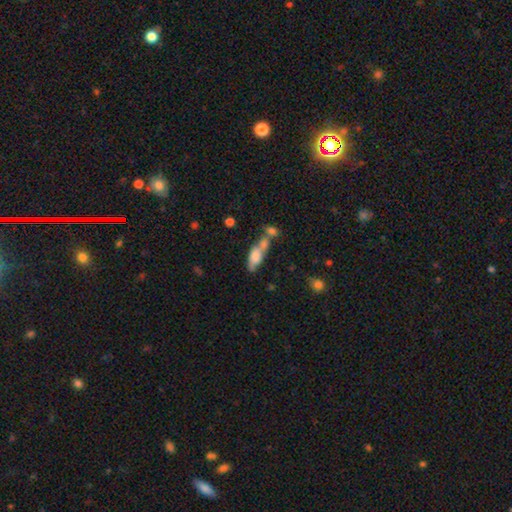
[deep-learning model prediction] Morphology: type=smooth (70%); roundness=in between (73%); merging=merger (44%).